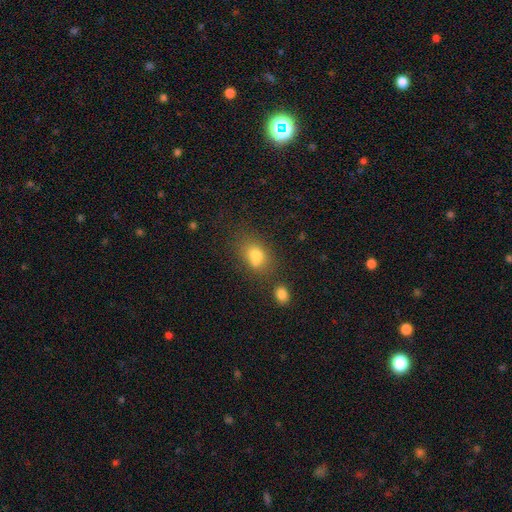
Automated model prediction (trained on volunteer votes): The model was most divided on "merging": none: 51%, merger: 24%, minor disturbance: 17%, major disturbance: 7%. More confident: smooth or featured — smooth (76%); how rounded — in between (64%).